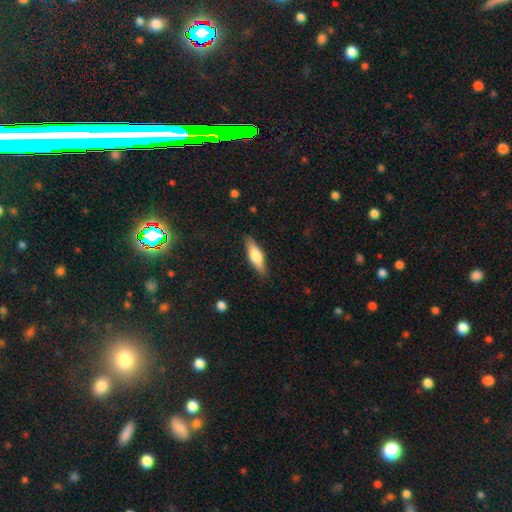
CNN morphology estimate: The model was most divided on "how rounded": cigar-shaped: 52%, in between: 45%, round: 2%. More confident: merging — none (86%); smooth or featured — smooth (58%).